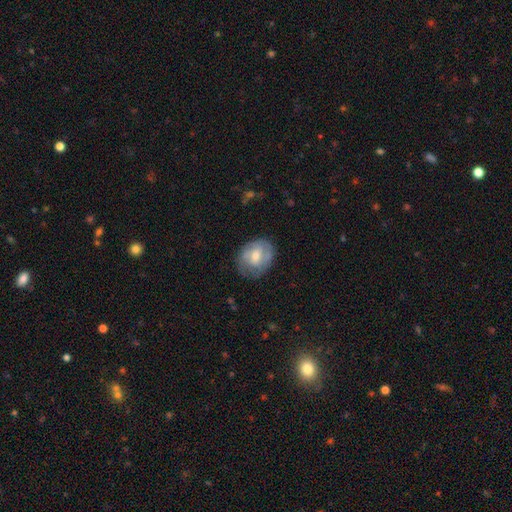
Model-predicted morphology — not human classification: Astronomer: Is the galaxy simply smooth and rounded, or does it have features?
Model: featured or disk — 47% (runner-up: smooth, 46%).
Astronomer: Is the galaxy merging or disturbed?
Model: none — 70%.